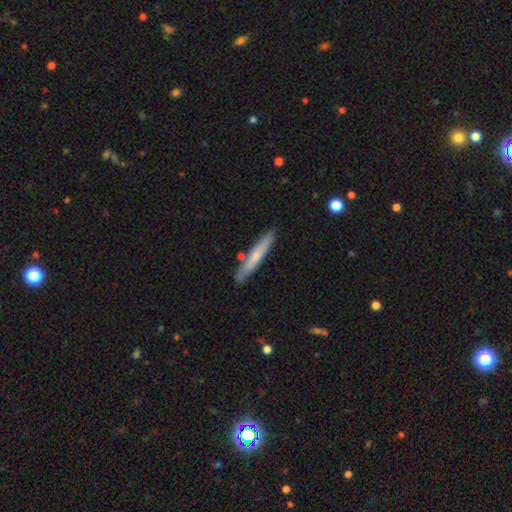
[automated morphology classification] Smooth or featured? Predicted: smooth (p=0.65). How rounded? Predicted: cigar-shaped (p=0.95). Merging? Predicted: none (p=0.84).